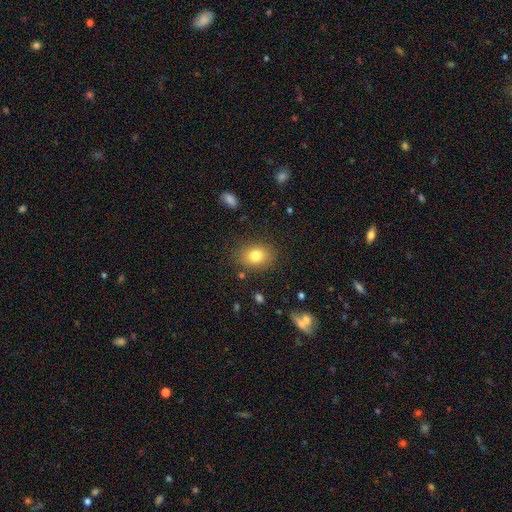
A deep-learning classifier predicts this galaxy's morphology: Smooth or featured: smooth — 79% (star or artifact — 11%)
How rounded: in between — 57% (round — 42%)
Merging: none — 84% (minor disturbance — 11%)